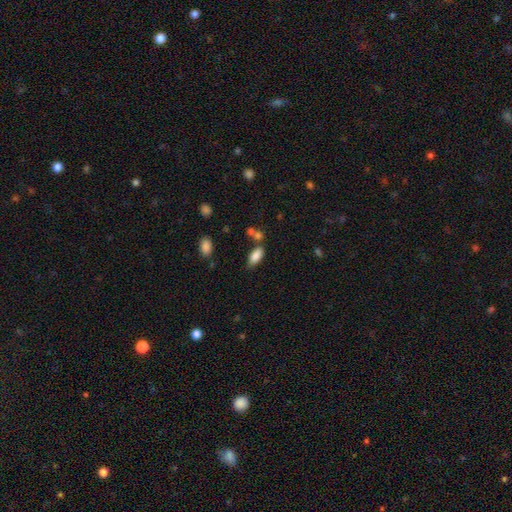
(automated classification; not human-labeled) The model was most divided on "merging": none: 62%, minor disturbance: 20%, merger: 12%, major disturbance: 6%. More confident: how rounded — in between (87%); smooth or featured — smooth (85%).